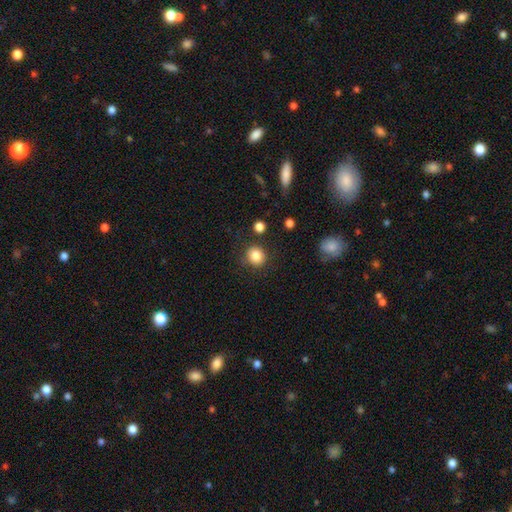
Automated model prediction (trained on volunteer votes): Overall: smooth (84%). How rounded: round (88%). Merging: none (85%).